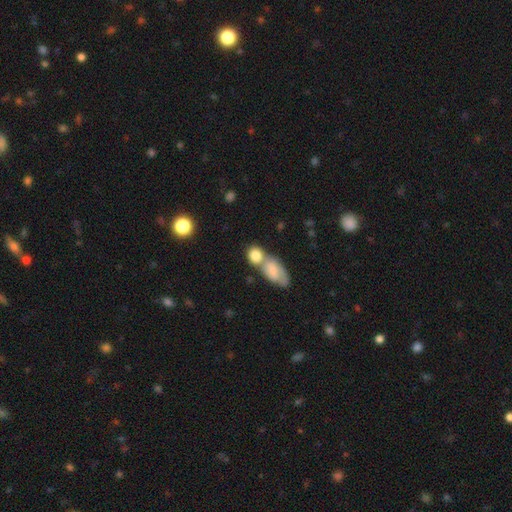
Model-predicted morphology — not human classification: This appears to be a smooth galaxy with no disk features (80%) that is in between round and cigar-shaped (53%). Merging: merger (56%).